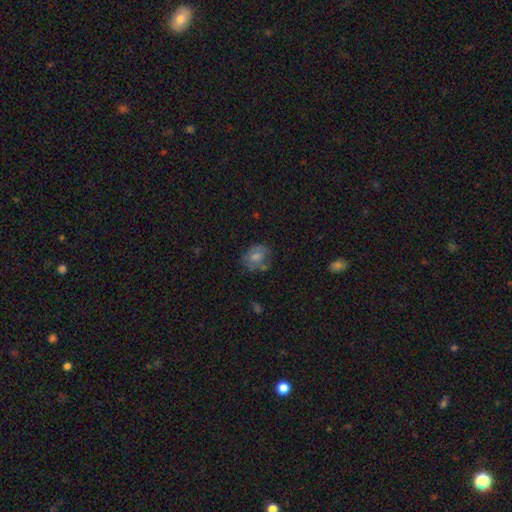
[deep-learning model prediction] Smooth or featured?
  - smooth: 53% *
  - featured or disk: 30%
  - star or artifact: 17%
How rounded?
  - round: 53% *
  - in between: 46%
  - cigar-shaped: 1%
Merging?
  - none: 67% *
  - minor disturbance: 21%
  - major disturbance: 8%
  - merger: 4%